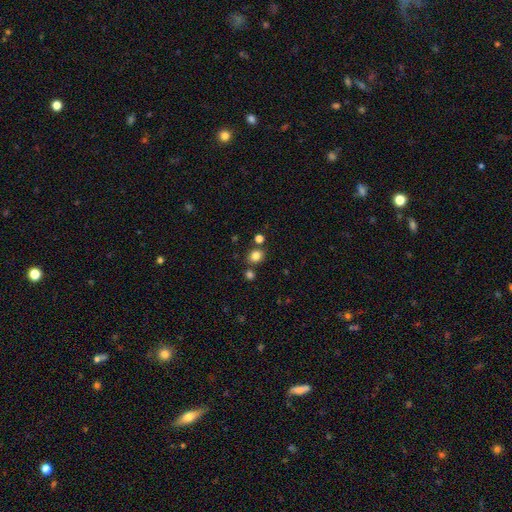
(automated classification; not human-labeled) A smooth galaxy with no disk features (82%) that is round (61%). Merging: none (77%).